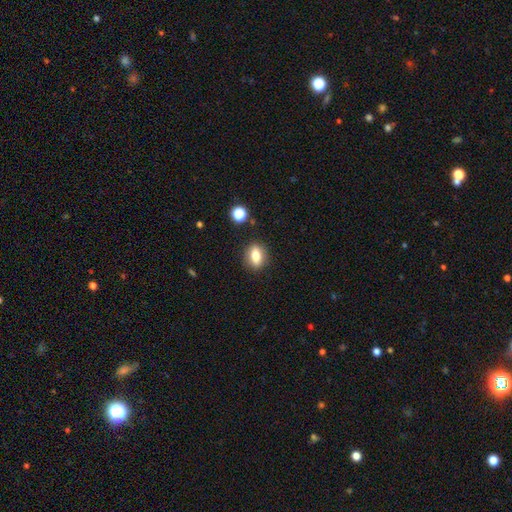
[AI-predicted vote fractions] smooth_or_featured: smooth (p=0.74) [alt: featured or disk p=0.16]
how_rounded: in between (p=0.65) [alt: round p=0.28]
merging: none (p=0.87) [alt: minor disturbance p=0.08]